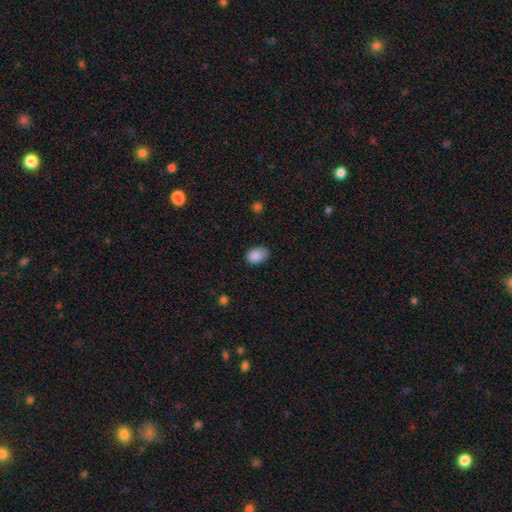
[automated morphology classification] smooth 86%, star or artifact 8%, featured or disk 5%. Down the decision tree: how rounded — in between (79%); merging — none (65%).